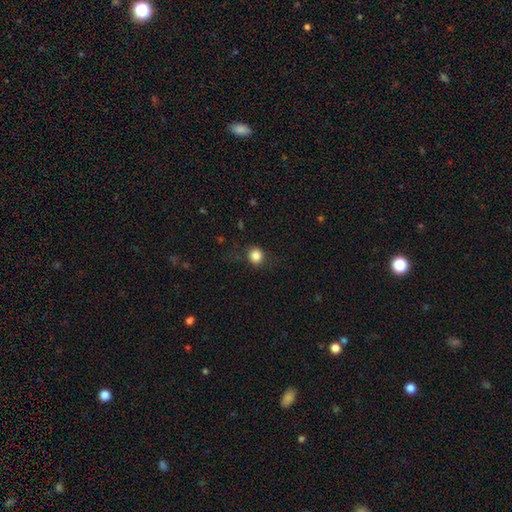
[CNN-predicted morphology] type=smooth (84%); roundness=round (82%); merging=none (80%).